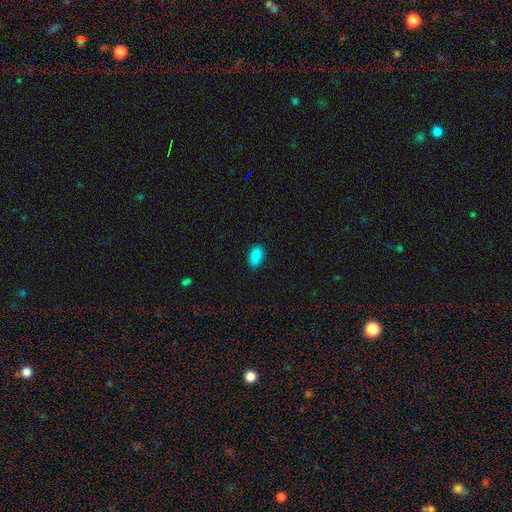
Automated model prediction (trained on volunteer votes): This appears to be a smooth galaxy with no disk features (89%) that is in between round and cigar-shaped (93%). Merging: none (87%).